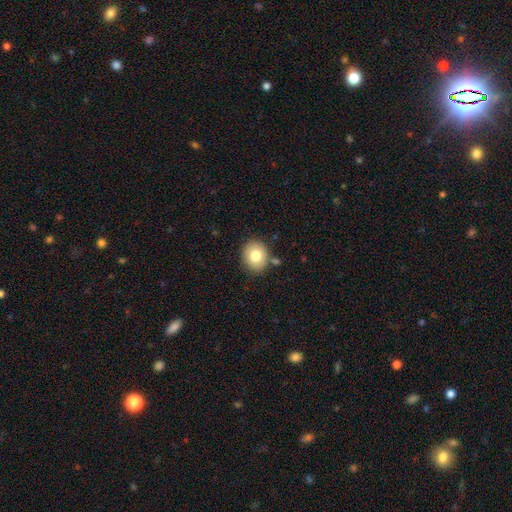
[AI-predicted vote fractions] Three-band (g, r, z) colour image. It shows a smooth galaxy with no disk features (78%) that is round (71%). Merging: none (80%).